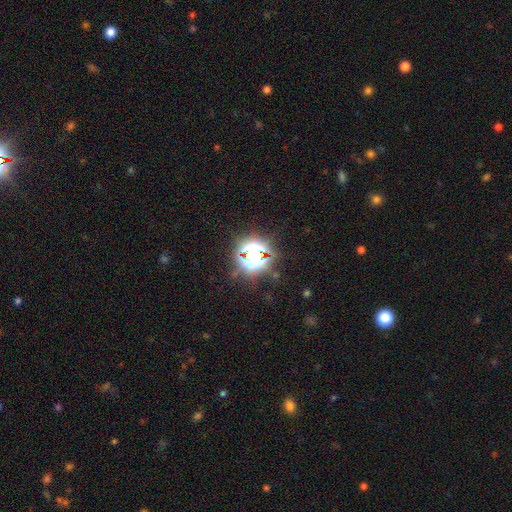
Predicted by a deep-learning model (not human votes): Morphology: type=star or artifact (62%).